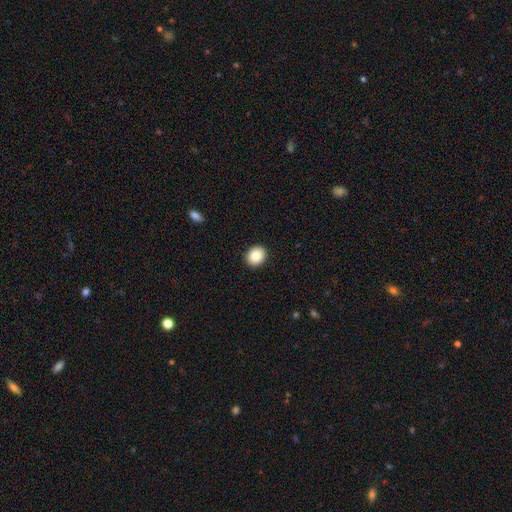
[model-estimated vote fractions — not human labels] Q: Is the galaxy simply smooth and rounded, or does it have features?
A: smooth — 86%.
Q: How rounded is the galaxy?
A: round — 71%.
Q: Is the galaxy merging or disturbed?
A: none — 92%.